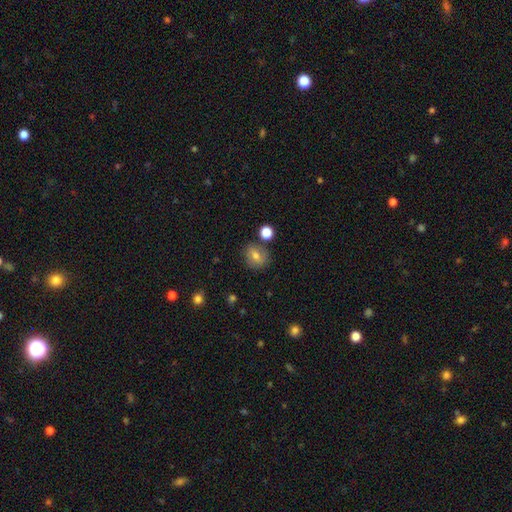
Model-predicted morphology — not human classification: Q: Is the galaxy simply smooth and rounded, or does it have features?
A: smooth — 71%.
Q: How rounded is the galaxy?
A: round — 62%.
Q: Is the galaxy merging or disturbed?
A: none — 77%.